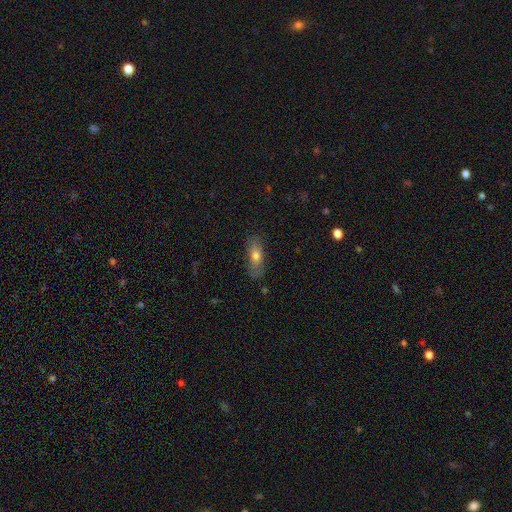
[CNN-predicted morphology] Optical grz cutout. It shows a smooth galaxy with no disk features (69%) that is in between round and cigar-shaped (69%). Merging: none (78%).